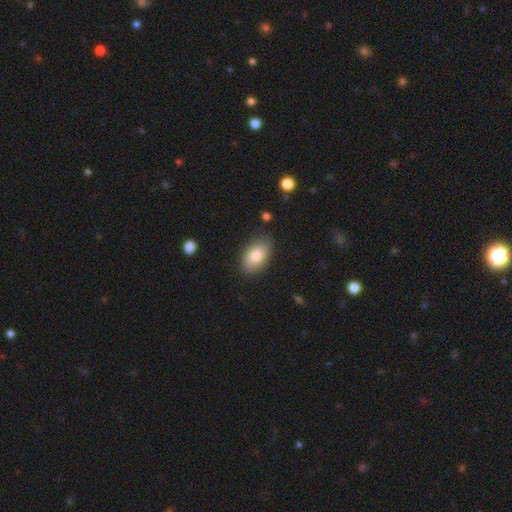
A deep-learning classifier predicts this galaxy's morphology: smooth 83%, featured or disk 11%, star or artifact 7%. Down the decision tree: how rounded — in between (92%); merging — none (82%).